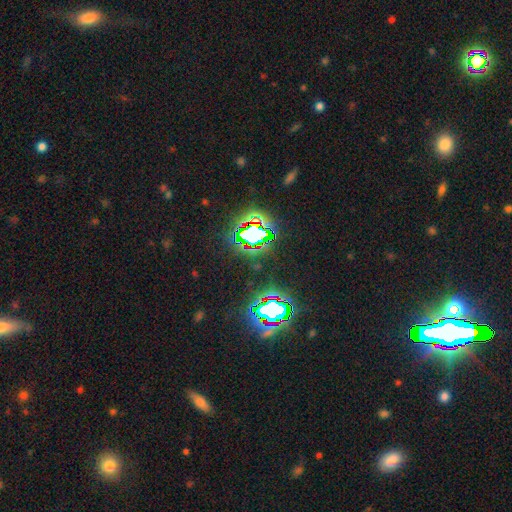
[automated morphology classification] smooth-or-featured: star or artifact: 82% | smooth: 10% | featured or disk: 8%